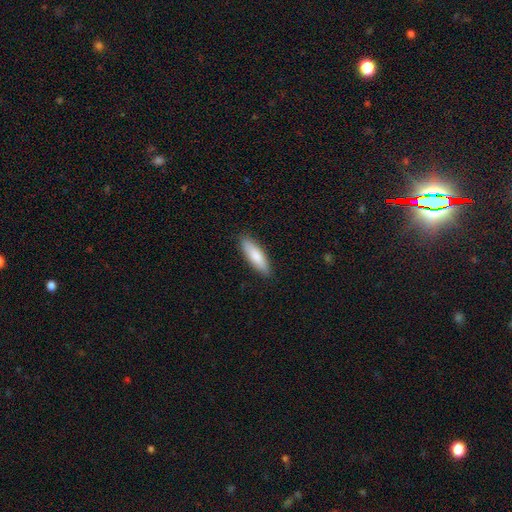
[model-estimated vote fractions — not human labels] A smooth galaxy with no disk features (83%) that is cigar-shaped (54%).

Vote fractions:
- Smooth or featured? smooth: 83% / featured or disk: 12% / star or artifact: 5%
- How rounded? cigar-shaped: 54% / in between: 44% / round: 1%
- Merging? none: 87% / minor disturbance: 10% / major disturbance: 2% / merger: 1%